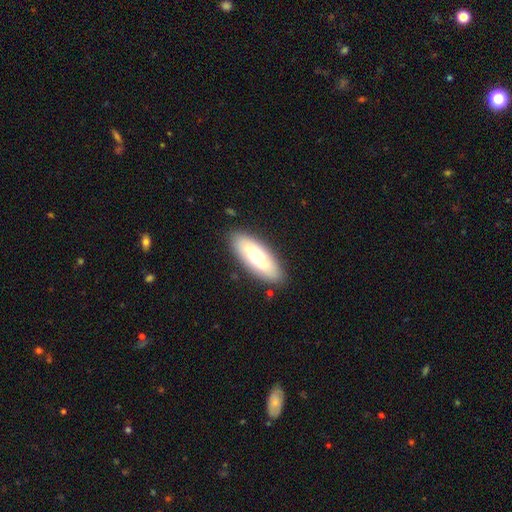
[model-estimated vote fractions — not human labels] Smooth or featured?
  - smooth: 64% *
  - featured or disk: 29%
  - star or artifact: 7%
How rounded?
  - in between: 64% *
  - cigar-shaped: 34%
  - round: 2%
Merging?
  - none: 82% *
  - minor disturbance: 13%
  - major disturbance: 3%
  - merger: 2%